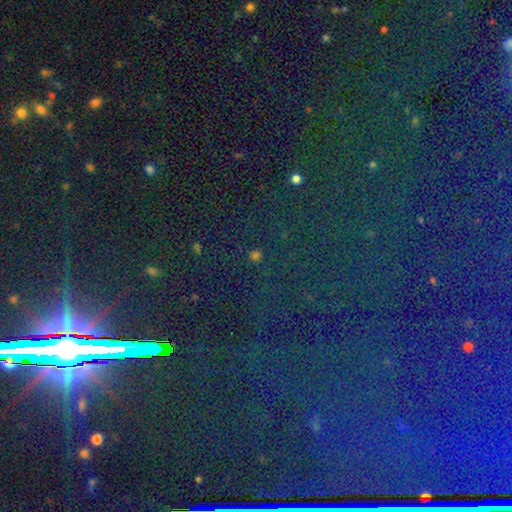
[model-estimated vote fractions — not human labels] The model was most divided on "smooth or featured": star or artifact: 63%, smooth: 30%, featured or disk: 7%.